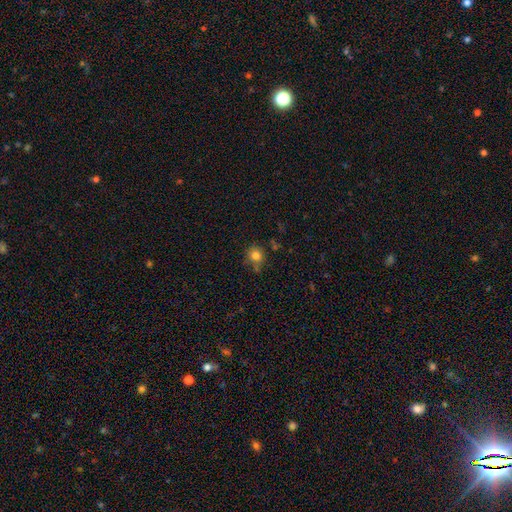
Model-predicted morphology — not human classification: Smooth or featured? smooth (80%)
How rounded? round (84%)
Merging? none (67%)